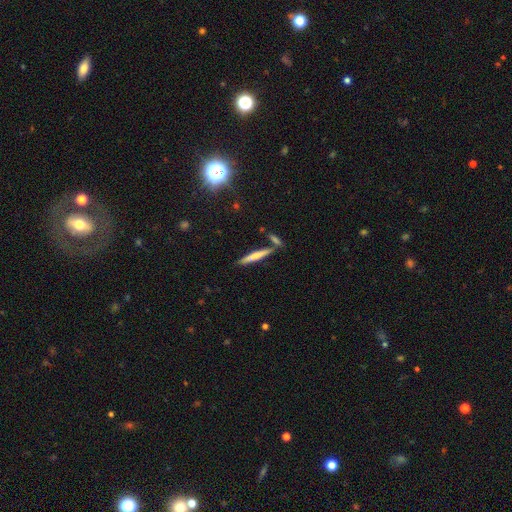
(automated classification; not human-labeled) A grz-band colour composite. It shows a smooth galaxy with no disk features (55%) that is cigar-shaped (93%). Merging: none (76%).